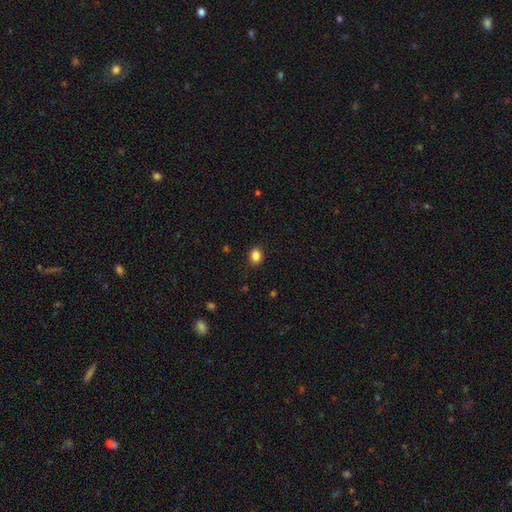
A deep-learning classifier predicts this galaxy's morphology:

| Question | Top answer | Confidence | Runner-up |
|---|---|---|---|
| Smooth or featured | smooth | 86% | star or artifact (10%) |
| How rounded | in between | 60% | round (39%) |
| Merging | none | 87% | minor disturbance (9%) |